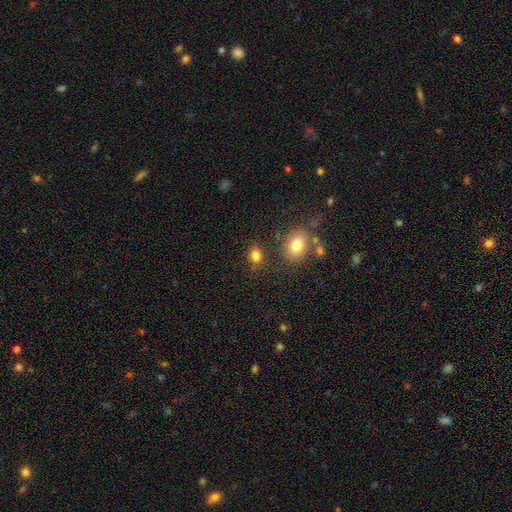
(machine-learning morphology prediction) This is clearly a smooth galaxy (82%). How rounded: likely in between (63%). Merging: likely none (72%).